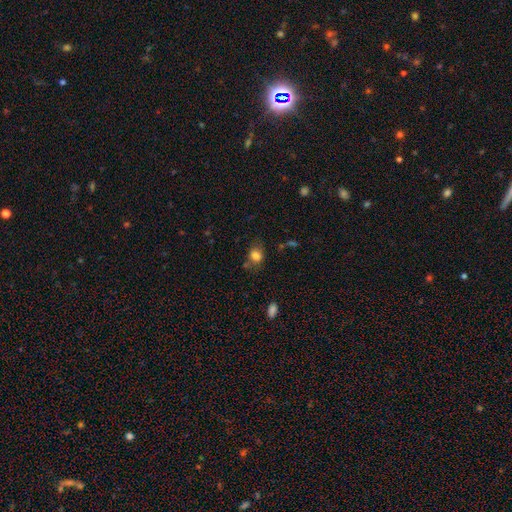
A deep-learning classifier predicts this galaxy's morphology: Smooth or featured? smooth (81%)
How rounded? round (50%)
Merging? none (65%)